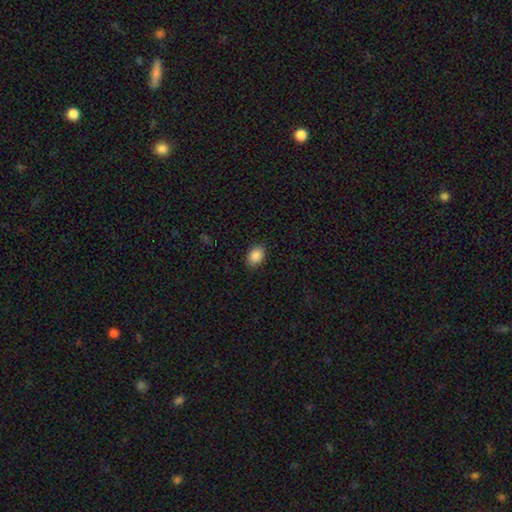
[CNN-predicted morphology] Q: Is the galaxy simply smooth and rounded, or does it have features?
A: smooth — 88%.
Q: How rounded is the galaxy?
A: in between — 75%.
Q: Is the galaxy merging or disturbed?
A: none — 87%.